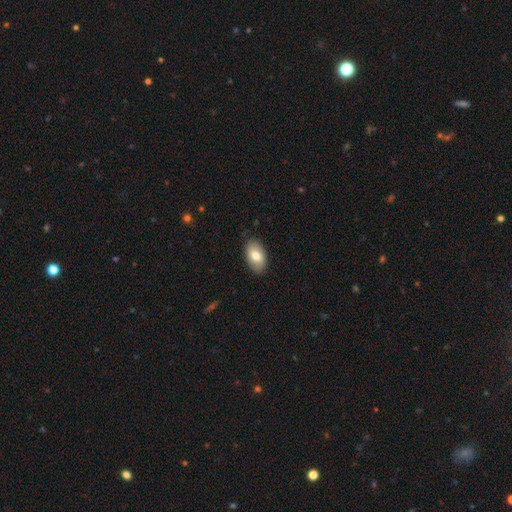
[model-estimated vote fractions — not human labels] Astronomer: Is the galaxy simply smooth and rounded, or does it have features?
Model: smooth — 77%.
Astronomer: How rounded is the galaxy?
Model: in between — 93%.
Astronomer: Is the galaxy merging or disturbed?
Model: none — 87%.